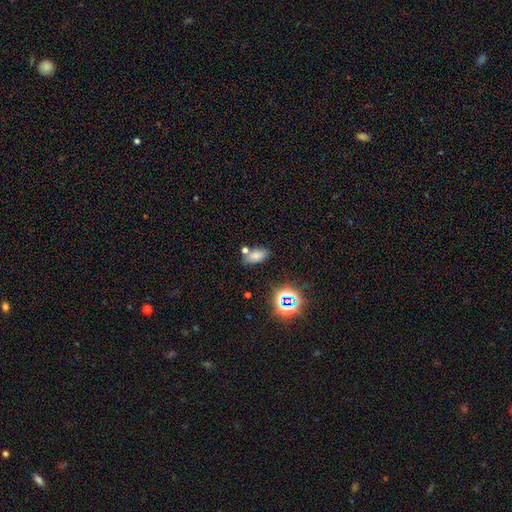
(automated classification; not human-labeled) Smooth or featured? Predicted: smooth (p=0.72). How rounded? Predicted: in between (p=0.88). Merging? Predicted: none (p=0.65).